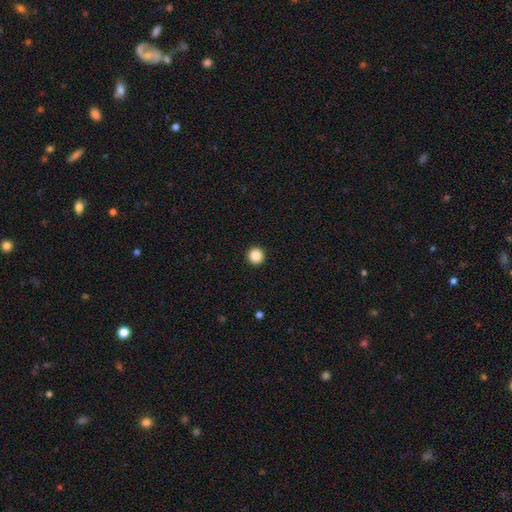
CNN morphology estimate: Smooth or featured? Predicted: smooth (p=0.87). How rounded? Predicted: round (p=0.96). Merging? Predicted: none (p=0.94).